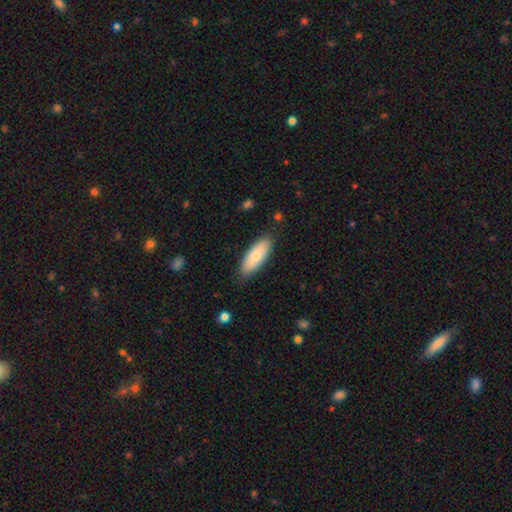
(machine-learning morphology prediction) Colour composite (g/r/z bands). It shows a smooth galaxy with no disk features (75%) that is in between round and cigar-shaped (70%). Merging: none (85%).